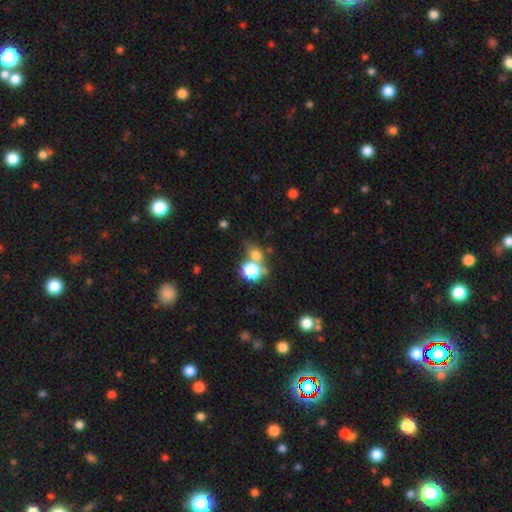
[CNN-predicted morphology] Overall: smooth (66%). How rounded: round (70%). Merging: none (48%; merger 34%).